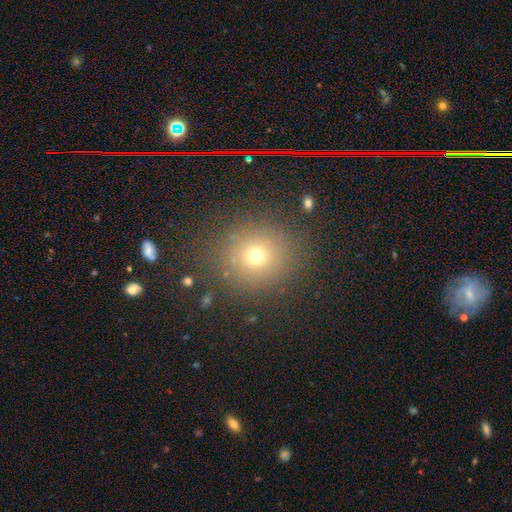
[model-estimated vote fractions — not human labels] smooth_or_featured: smooth (p=0.68) [alt: star or artifact p=0.22]
how_rounded: round (p=0.90) [alt: in between p=0.09]
merging: none (p=0.85) [alt: minor disturbance p=0.09]